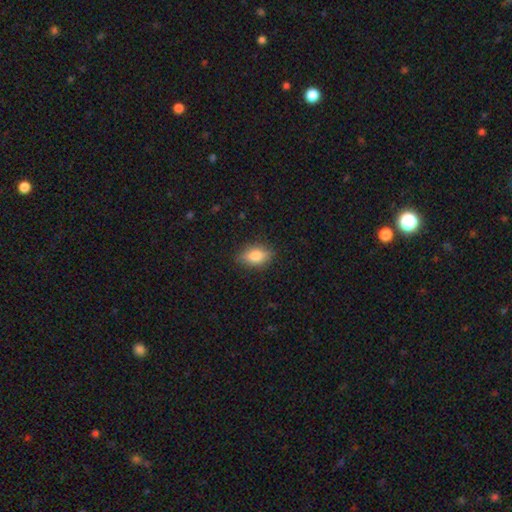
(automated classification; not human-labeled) Morphology: type=smooth (76%); roundness=in between (80%); merging=none (82%).